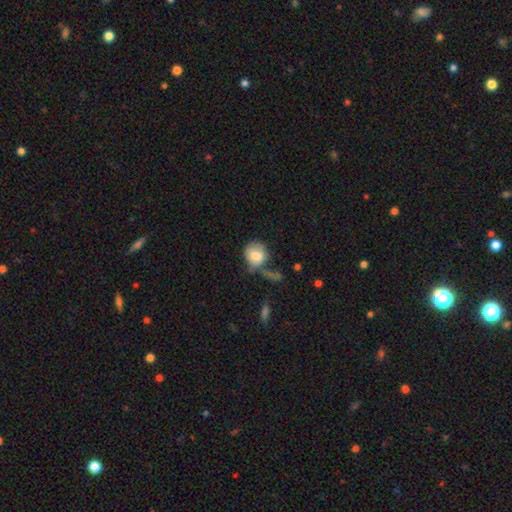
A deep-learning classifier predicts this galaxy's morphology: The model was most divided on "merging": none: 38%, minor disturbance: 25%, major disturbance: 25%, merger: 12%. More confident: smooth or featured — smooth (77%); how rounded — round (72%).